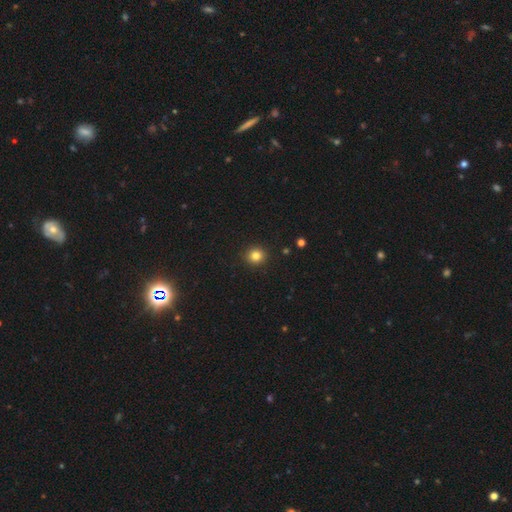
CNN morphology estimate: Smooth or featured: smooth — 82% (star or artifact — 12%)
How rounded: round — 90% (in between — 9%)
Merging: none — 92% (minor disturbance — 5%)